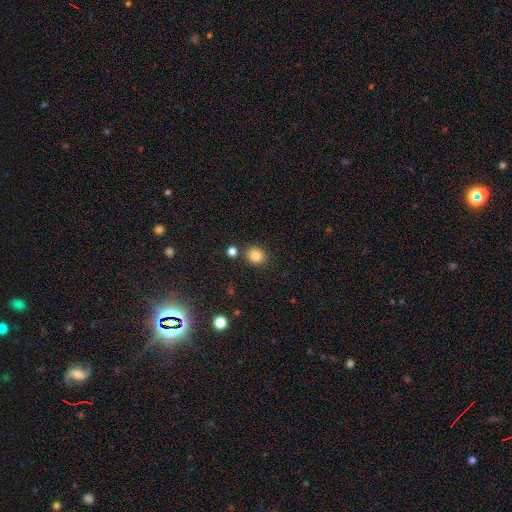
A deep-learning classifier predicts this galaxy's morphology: Smooth or featured? smooth (84%)
How rounded? round (79%)
Merging? none (83%)